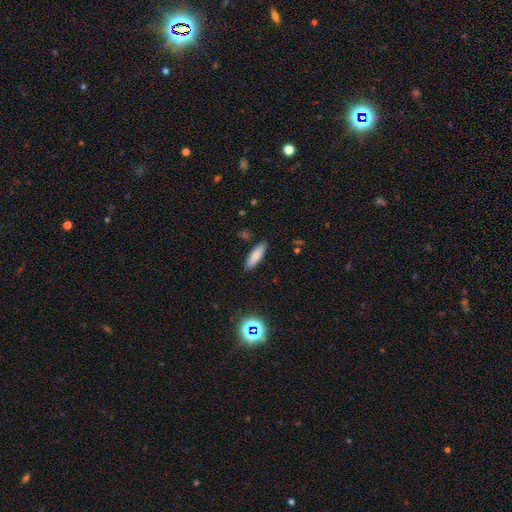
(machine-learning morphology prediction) Smooth or featured: smooth — 82% (featured or disk — 9%)
How rounded: cigar-shaped — 58% (in between — 40%)
Merging: none — 88% (minor disturbance — 9%)